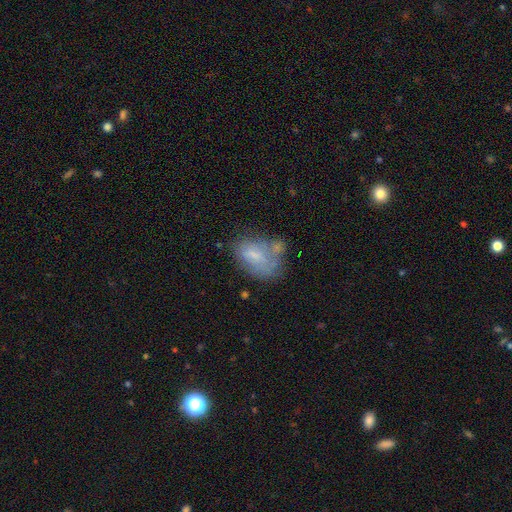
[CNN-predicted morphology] A smooth galaxy with no disk features (57%) that is in between round and cigar-shaped (88%). Merging: none (32%).